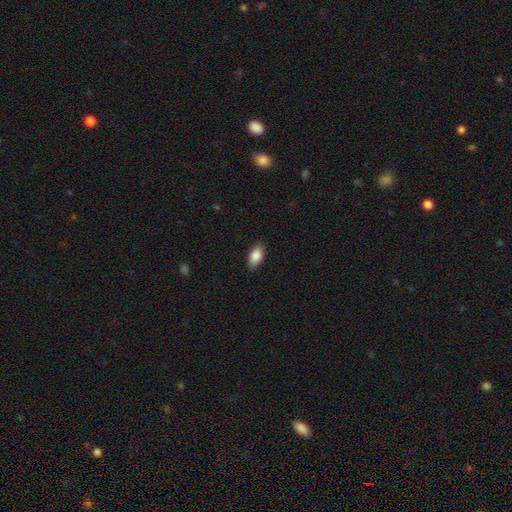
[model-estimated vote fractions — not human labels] This is clearly a smooth galaxy (88%). How rounded: clearly in between (92%). Merging: clearly none (87%).